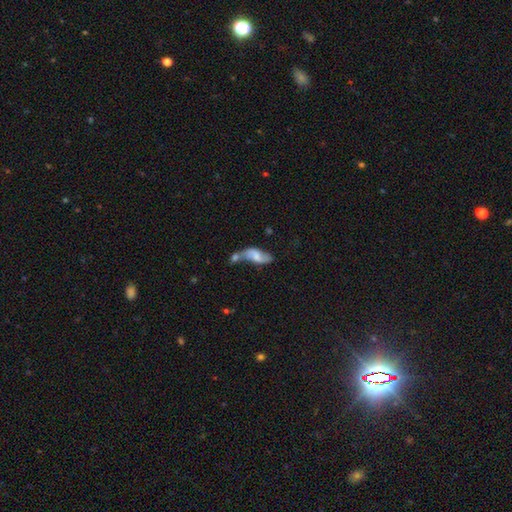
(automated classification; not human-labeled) A featured or disk galaxy (50%).

Vote fractions:
- Smooth or featured? featured or disk: 50% / smooth: 42% / star or artifact: 8%
- Edge-on disk? no: 90% / yes: 10%
- Merging? merger: 52% / none: 23% / minor disturbance: 14% / major disturbance: 10%